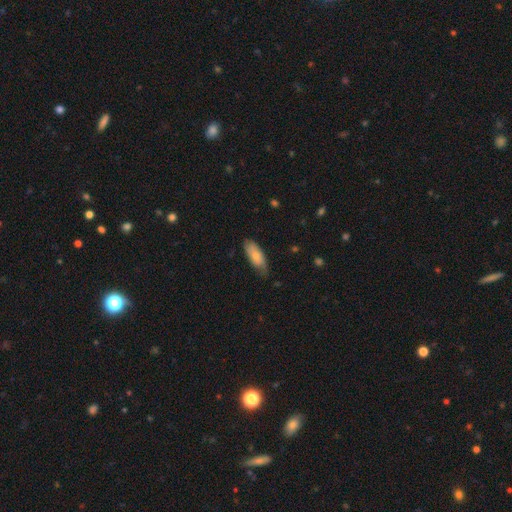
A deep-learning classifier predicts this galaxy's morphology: Smooth or featured: smooth — 71% (featured or disk — 23%)
How rounded: in between — 78% (cigar-shaped — 20%)
Merging: none — 67% (minor disturbance — 27%)